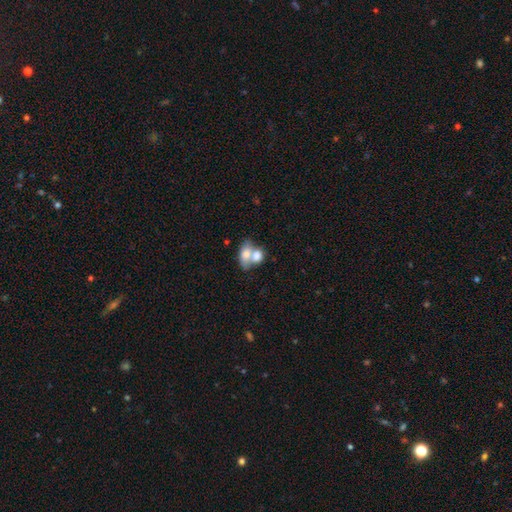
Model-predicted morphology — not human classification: smooth 72%, featured or disk 20%, star or artifact 7%. Down the decision tree: how rounded — in between (67%); merging — merger (70%).